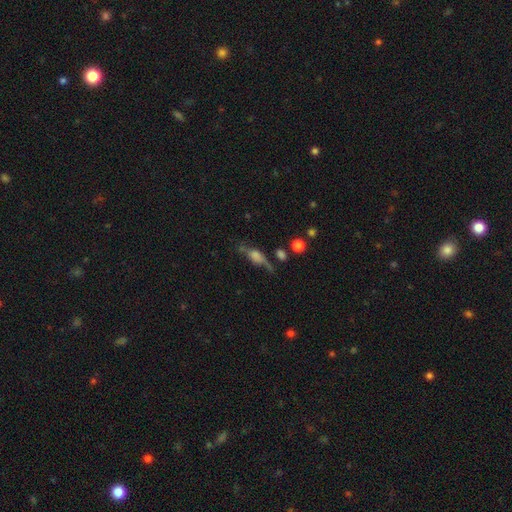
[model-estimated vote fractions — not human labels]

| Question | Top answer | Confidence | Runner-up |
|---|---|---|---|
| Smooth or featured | featured or disk | 50% | smooth (36%) |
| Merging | none | 52% | minor disturbance (24%) |